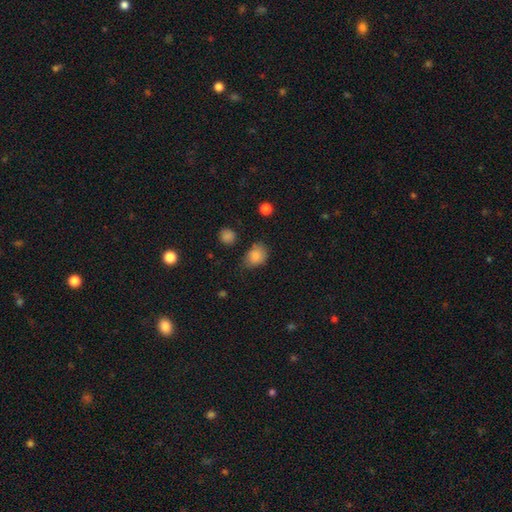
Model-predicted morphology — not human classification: type=smooth (83%); roundness=in between (62%); merging=none (61%).